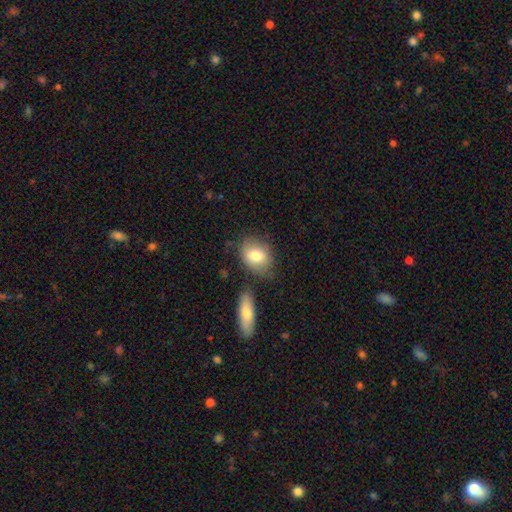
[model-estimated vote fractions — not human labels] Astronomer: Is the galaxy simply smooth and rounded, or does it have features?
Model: smooth — 78%.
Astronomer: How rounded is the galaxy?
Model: in between — 65%.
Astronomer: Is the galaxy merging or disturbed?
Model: none — 68%.